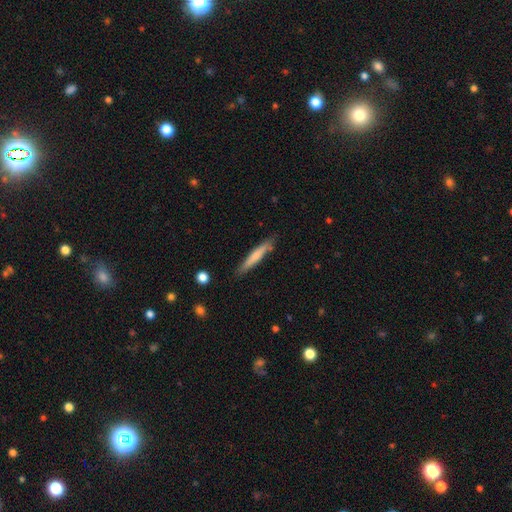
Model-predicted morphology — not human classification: Smooth or featured?
  - smooth: 66% *
  - featured or disk: 28%
  - star or artifact: 5%
How rounded?
  - cigar-shaped: 94% *
  - in between: 5%
  - round: 1%
Merging?
  - none: 84% *
  - minor disturbance: 12%
  - merger: 2%
  - major disturbance: 2%